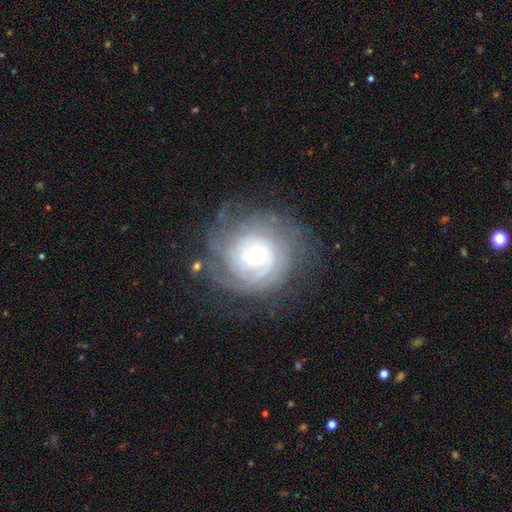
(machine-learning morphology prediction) A featured or disk galaxy (77%) with no bar (72%), tight (74%) spiral arms (91%) and a small central bulge (64%).

Vote fractions:
- Smooth or featured? featured or disk: 77% / smooth: 15% / star or artifact: 8%
- Edge-on disk? no: 97% / yes: 3%
- Bar? no: 72% / weak: 22% / strong: 6%
- Spiral arms? yes: 91% / no: 9%
- Spiral winding? tight: 74% / medium: 19% / loose: 7%
- Spiral arm count? can't tell: 47% / 2: 15% / 4: 12% / 3: 12% / more than 4: 9% / 1: 6%
- Bulge size? small: 64% / moderate: 29% / large: 4% / dominant: 1% / none: 1%
- Merging? none: 69% / minor disturbance: 17% / major disturbance: 12% / merger: 2%